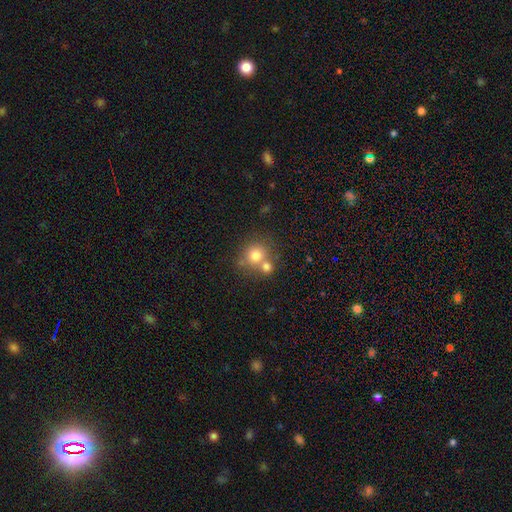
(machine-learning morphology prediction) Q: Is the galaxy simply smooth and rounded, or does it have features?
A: smooth — 76%.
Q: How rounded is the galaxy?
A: round — 87%.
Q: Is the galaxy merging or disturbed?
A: none — 50%.